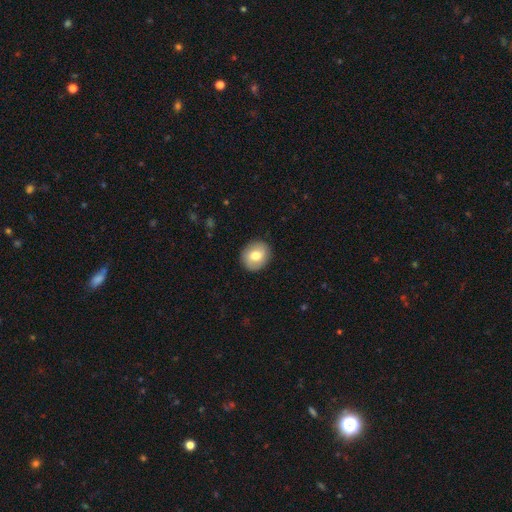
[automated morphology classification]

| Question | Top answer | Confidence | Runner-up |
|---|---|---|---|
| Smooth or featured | smooth | 73% | featured or disk (20%) |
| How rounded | round | 77% | in between (22%) |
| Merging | none | 89% | minor disturbance (8%) |